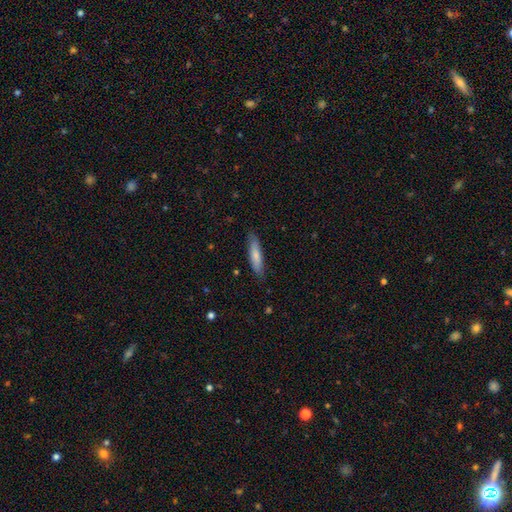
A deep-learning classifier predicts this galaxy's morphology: A smooth galaxy with no disk features (76%) that is cigar-shaped (77%). Merging: none (84%).